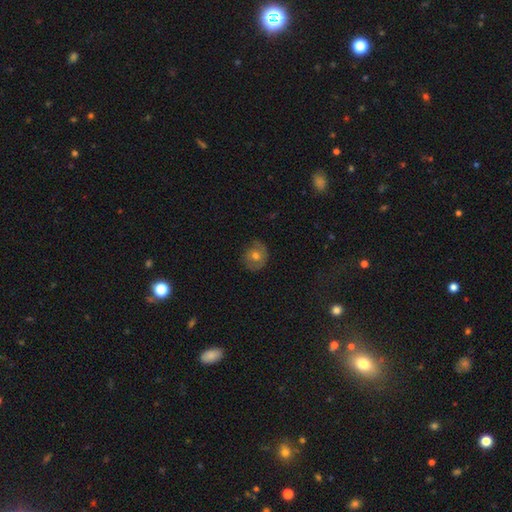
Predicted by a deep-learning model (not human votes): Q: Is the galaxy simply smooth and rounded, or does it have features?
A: smooth — 55%.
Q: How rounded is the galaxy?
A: round — 78%.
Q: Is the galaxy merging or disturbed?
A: none — 71%.